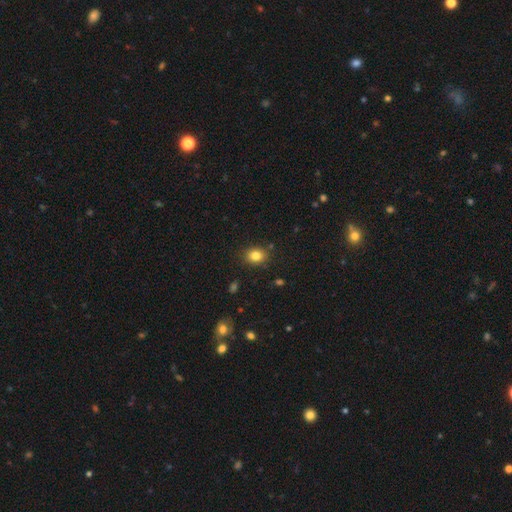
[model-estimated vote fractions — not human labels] A smooth galaxy with no disk features (82%) that is round (54%).

Vote fractions:
- Smooth or featured? smooth: 82% / star or artifact: 11% / featured or disk: 7%
- How rounded? round: 54% / in between: 45% / cigar-shaped: 1%
- Merging? none: 86% / minor disturbance: 10% / major disturbance: 3% / merger: 2%